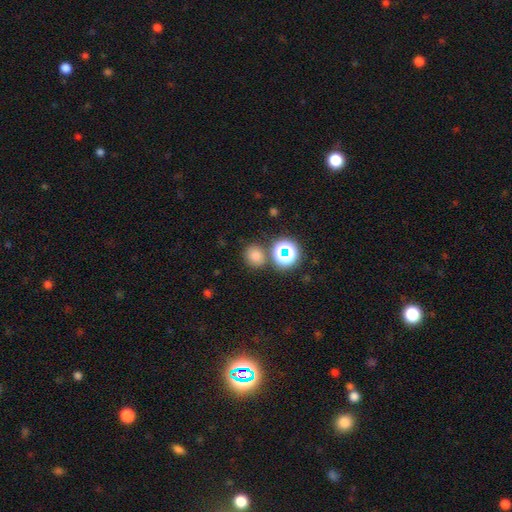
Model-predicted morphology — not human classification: smooth_or_featured: smooth (p=0.73) [alt: star or artifact p=0.20]
how_rounded: round (p=0.74) [alt: in between p=0.25]
merging: none (p=0.76) [alt: merger p=0.10]